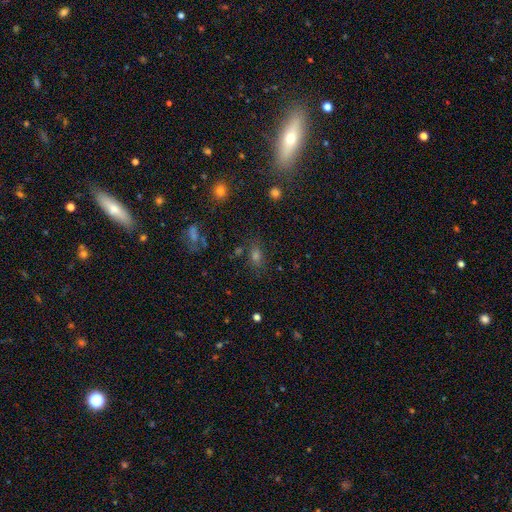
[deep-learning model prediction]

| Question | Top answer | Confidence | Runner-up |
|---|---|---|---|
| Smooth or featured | smooth | 55% | star or artifact (33%) |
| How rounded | in between | 70% | round (25%) |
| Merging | none | 74% | minor disturbance (14%) |